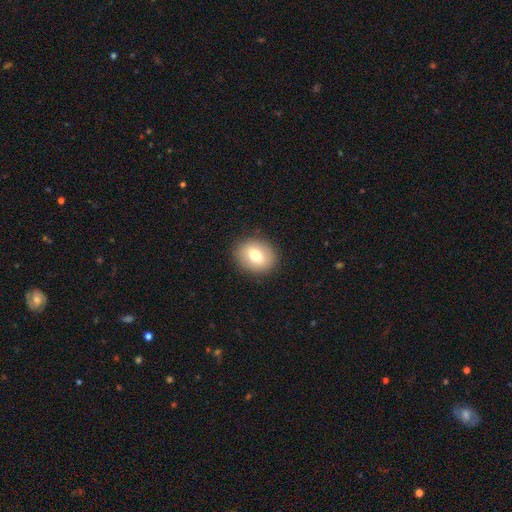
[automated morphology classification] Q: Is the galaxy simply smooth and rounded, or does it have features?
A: smooth — 70%.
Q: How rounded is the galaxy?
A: round — 55%.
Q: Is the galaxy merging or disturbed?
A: none — 89%.